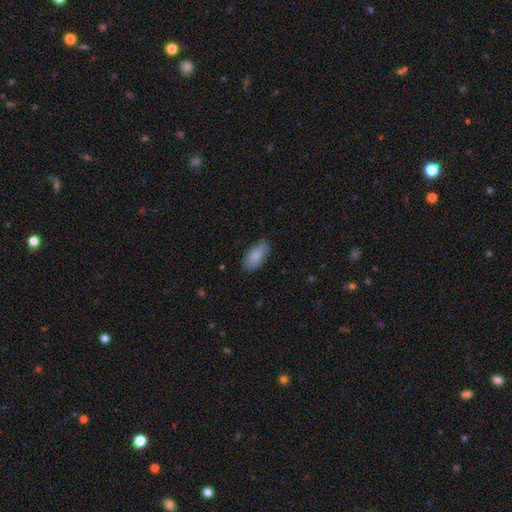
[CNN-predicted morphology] This is clearly a smooth galaxy (87%). How rounded: clearly in between (90%). Merging: clearly none (83%).